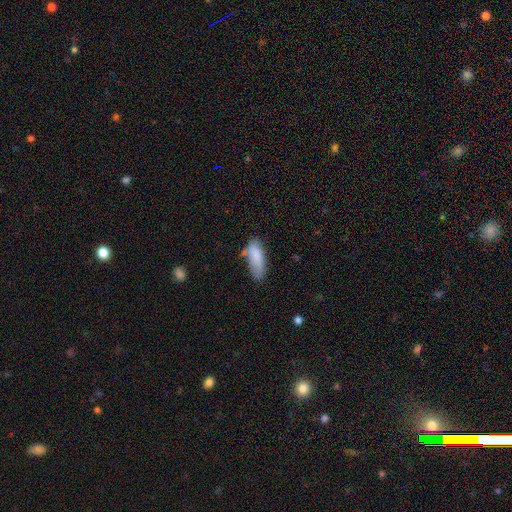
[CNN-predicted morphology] The model was most divided on "merging": none: 48%, minor disturbance: 32%, major disturbance: 11%, merger: 8%. More confident: smooth or featured — smooth (83%); how rounded — in between (69%).